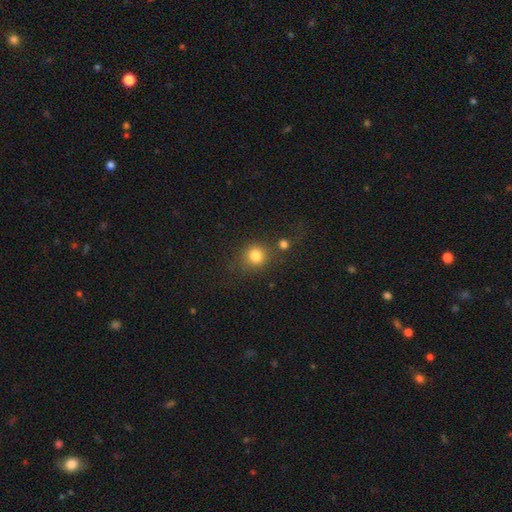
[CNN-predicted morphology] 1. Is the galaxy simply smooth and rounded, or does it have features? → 81% smooth, 13% star or artifact, 7% featured or disk.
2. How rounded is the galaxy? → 83% round, 16% in between, 1% cigar-shaped.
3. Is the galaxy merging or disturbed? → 67% none, 14% merger, 12% minor disturbance, 7% major disturbance.